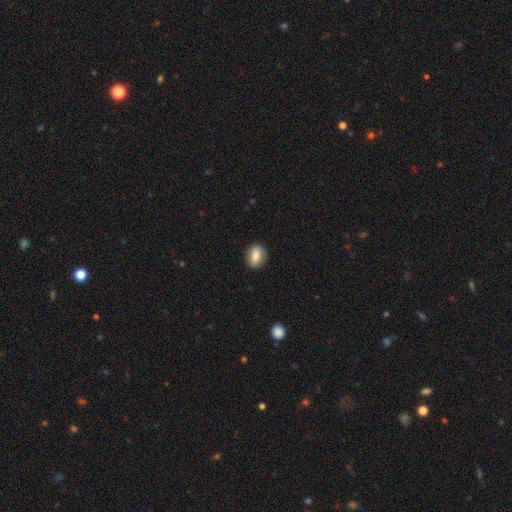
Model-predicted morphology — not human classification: smooth-or-featured: smooth: 73% | featured or disk: 19% | star or artifact: 8%
  how-rounded: in between: 64% | round: 33% | cigar-shaped: 3%
  merging: none: 87% | minor disturbance: 10% | major disturbance: 2% | merger: 1%